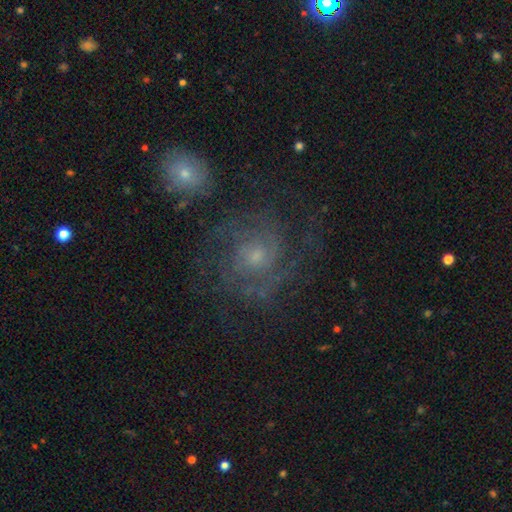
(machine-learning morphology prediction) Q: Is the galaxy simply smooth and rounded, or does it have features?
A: featured or disk — 76%.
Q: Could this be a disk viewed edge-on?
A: no — 98%.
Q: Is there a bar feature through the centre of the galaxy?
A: no — 70%.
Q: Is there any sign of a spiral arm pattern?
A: yes — 92%.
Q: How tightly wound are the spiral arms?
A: tight — 51%.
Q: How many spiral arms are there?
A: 2 — 33%.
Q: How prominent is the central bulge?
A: small — 62%.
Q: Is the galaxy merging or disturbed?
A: none — 69%.